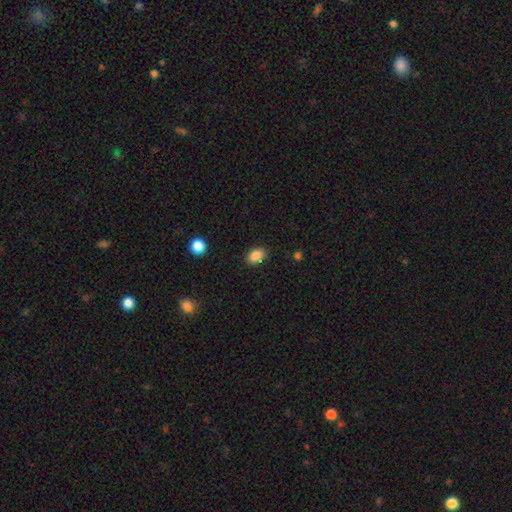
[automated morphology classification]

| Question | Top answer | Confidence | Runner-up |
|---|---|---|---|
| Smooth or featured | smooth | 87% | star or artifact (9%) |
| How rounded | in between | 76% | round (22%) |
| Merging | none | 85% | minor disturbance (11%) |